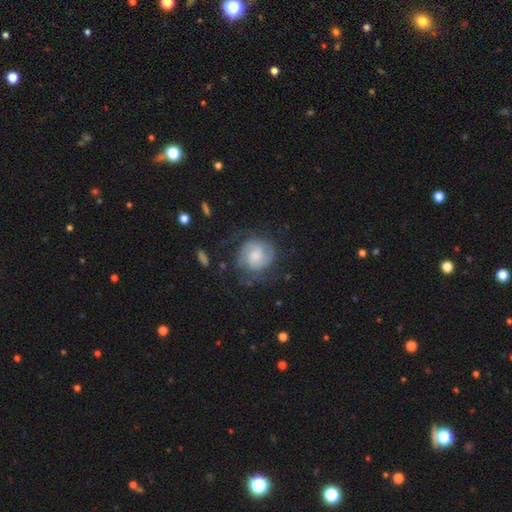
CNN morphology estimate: smooth-or-featured: featured or disk: 67% | smooth: 26% | star or artifact: 7%
  disk-edge-on: no: 98% | yes: 2%
    bar: no: 52% | weak: 41% | strong: 7%
    has-spiral-arms: yes: 90% | no: 10%
      spiral-winding: tight: 44% | medium: 41% | loose: 15%
      spiral-arm-count: 2: 65% | can't tell: 20% | 3: 7% | 1: 4% | 4: 2% | more than 4: 2%
    bulge-size: moderate: 43% | small: 31% | large: 15% | none: 9% | dominant: 2%
  merging: none: 61% | minor disturbance: 21% | major disturbance: 17% | merger: 2%